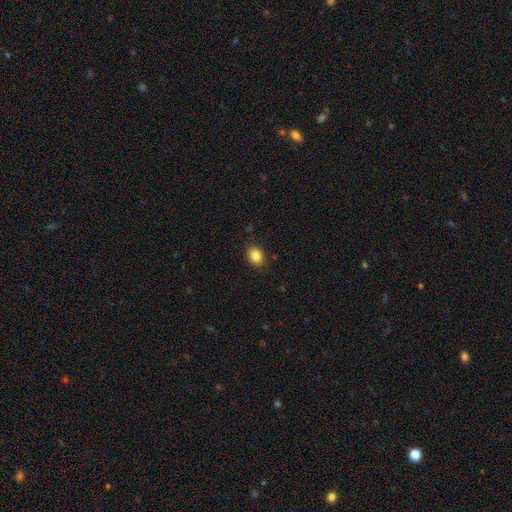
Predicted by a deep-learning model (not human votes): Smooth or featured: smooth — 86% (star or artifact — 9%)
How rounded: in between — 65% (round — 34%)
Merging: none — 86% (minor disturbance — 10%)